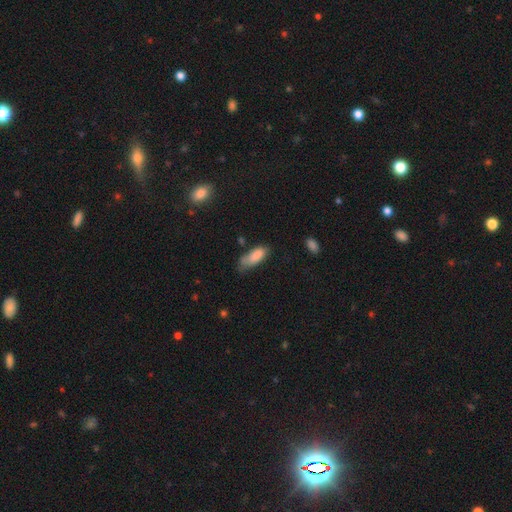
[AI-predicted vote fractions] A smooth galaxy with no disk features (83%) that is in between round and cigar-shaped (75%).

Vote fractions:
- Smooth or featured? smooth: 83% / featured or disk: 10% / star or artifact: 7%
- How rounded? in between: 75% / cigar-shaped: 23% / round: 2%
- Merging? none: 44% / minor disturbance: 37% / major disturbance: 14% / merger: 5%